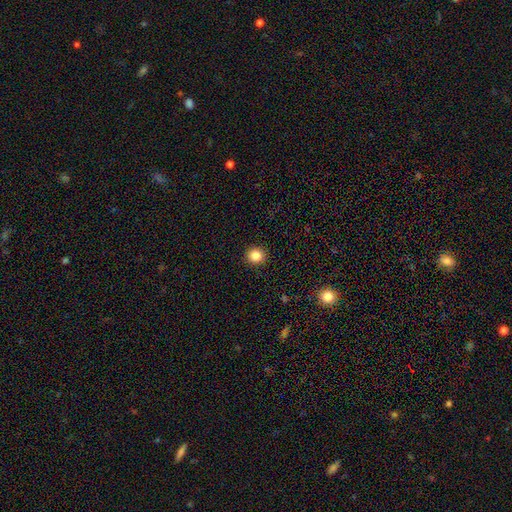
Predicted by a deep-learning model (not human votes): This is clearly a smooth galaxy (85%). How rounded: clearly round (90%). Merging: clearly none (92%).